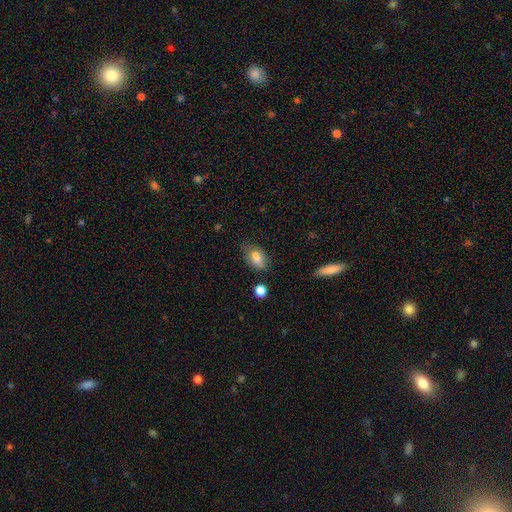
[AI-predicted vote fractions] The model was most divided on "merging": none: 64%, minor disturbance: 26%, major disturbance: 7%, merger: 4%. More confident: how rounded — in between (87%); smooth or featured — smooth (79%).